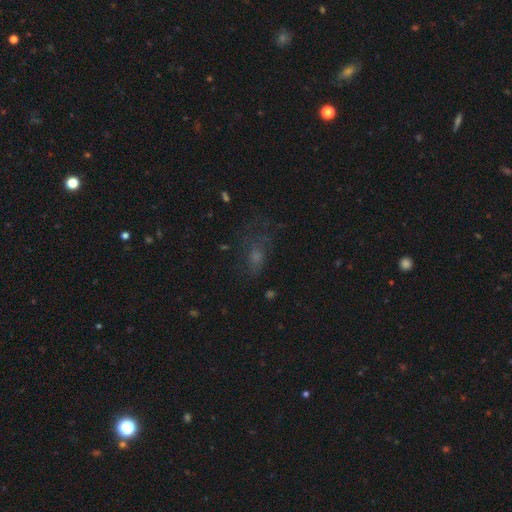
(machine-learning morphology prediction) The model was most divided on "smooth or featured": smooth: 39%, star or artifact: 30%, featured or disk: 30%. Remaining: merging — none (48%).